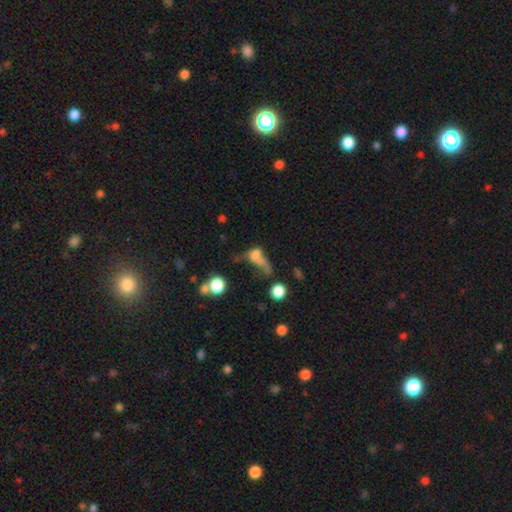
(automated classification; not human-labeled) Morphology: type=smooth (56%); roundness=in between (55%); merging=major disturbance (38%).